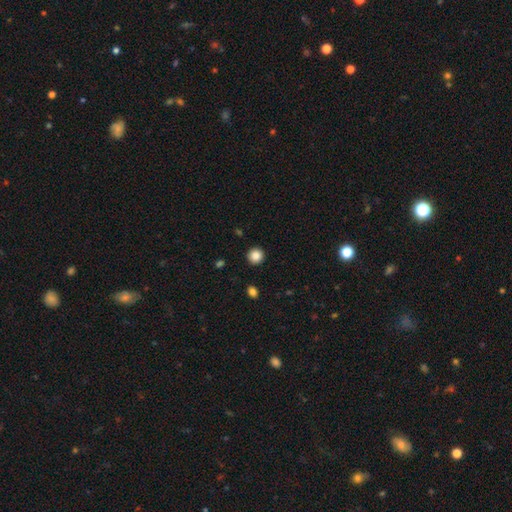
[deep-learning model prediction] Smooth or featured?
  - smooth: 87% *
  - star or artifact: 10%
  - featured or disk: 3%
How rounded?
  - round: 94% *
  - in between: 5%
  - cigar-shaped: 1%
Merging?
  - none: 92% *
  - minor disturbance: 5%
  - major disturbance: 2%
  - merger: 1%